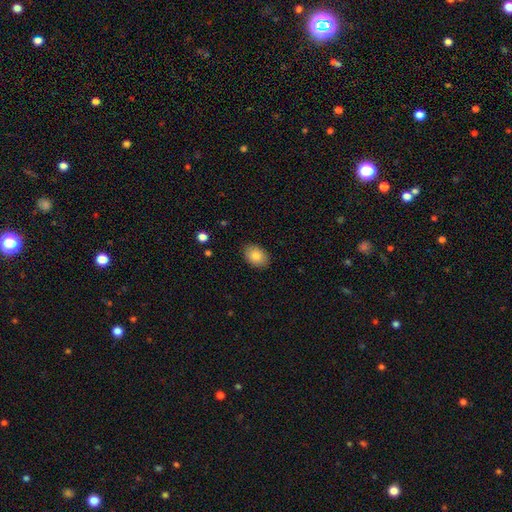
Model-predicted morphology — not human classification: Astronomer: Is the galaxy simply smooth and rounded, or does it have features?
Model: smooth — 84%.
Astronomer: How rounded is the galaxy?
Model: in between — 79%.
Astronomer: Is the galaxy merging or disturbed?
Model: none — 88%.